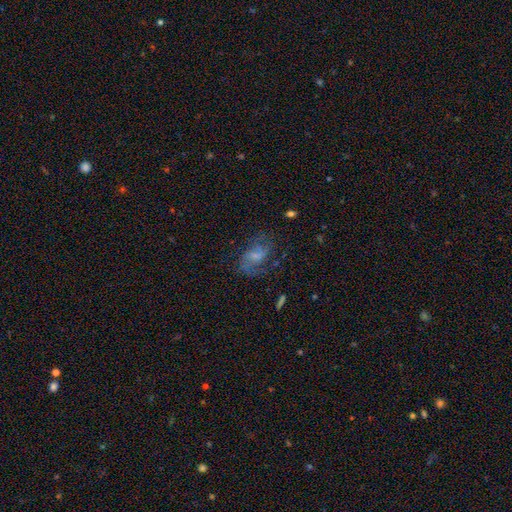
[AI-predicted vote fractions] Q: Smooth or featured?
A: featured or disk (60%); runner-up: smooth (29%)
Q: Edge-on disk?
A: no (97%); runner-up: yes (3%)
Q: Bar?
A: no (45%); runner-up: weak (44%)
Q: Spiral arms?
A: yes (80%); runner-up: no (20%)
Q: Bulge size?
A: small (37%); runner-up: none (30%)
Q: Merging?
A: none (52%); runner-up: major disturbance (24%)